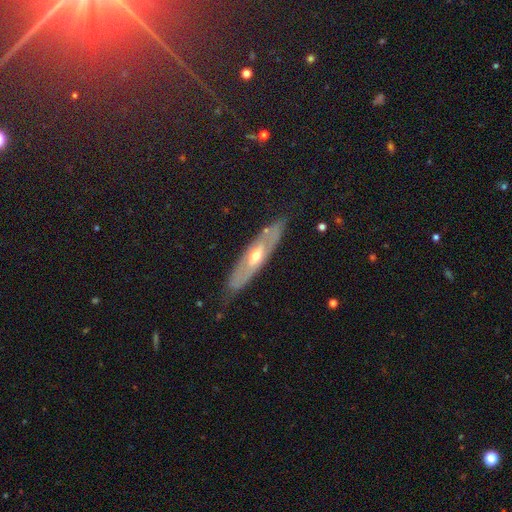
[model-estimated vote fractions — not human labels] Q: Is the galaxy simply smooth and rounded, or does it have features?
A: featured or disk — 69%.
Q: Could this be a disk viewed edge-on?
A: no — 55%.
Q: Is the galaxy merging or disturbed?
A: none — 79%.